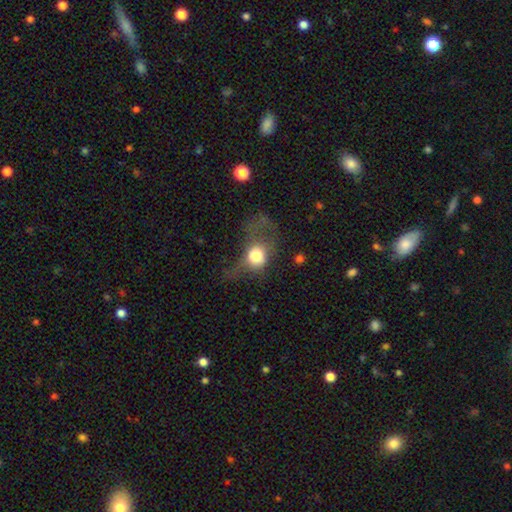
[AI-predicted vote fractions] The model was most divided on "how rounded": round: 61%, in between: 37%, cigar-shaped: 2%. More confident: smooth or featured — smooth (65%); merging — major disturbance (55%).